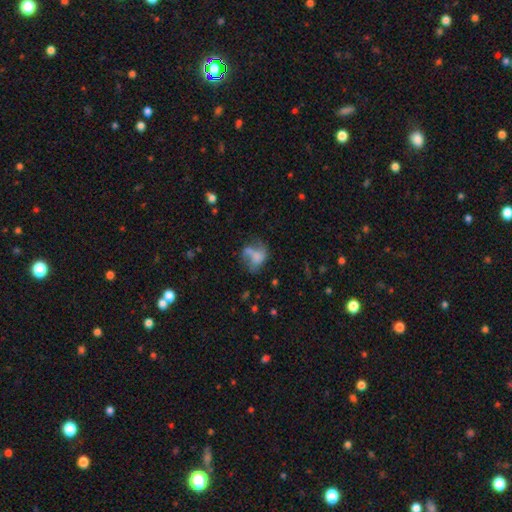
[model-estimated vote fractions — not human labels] This is possibly a smooth galaxy (50%). Merging: marginally none (30%, tied with major disturbance).